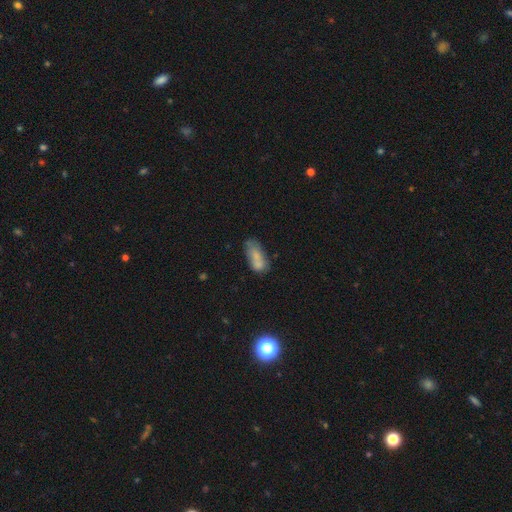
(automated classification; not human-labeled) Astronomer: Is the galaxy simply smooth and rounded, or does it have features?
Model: smooth — 70%.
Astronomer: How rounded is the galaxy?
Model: in between — 80%.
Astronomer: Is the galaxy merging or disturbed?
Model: none — 43% (runner-up: minor disturbance, 26%).